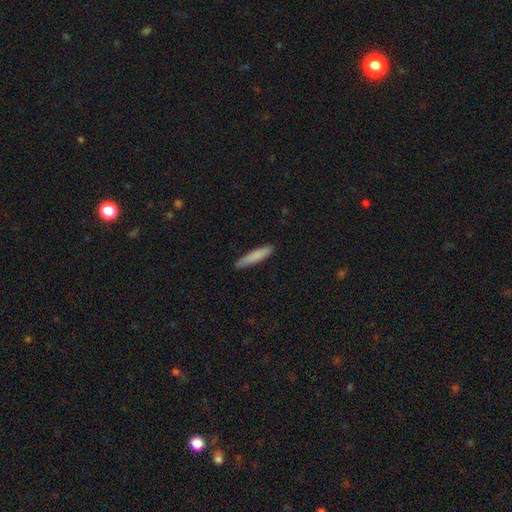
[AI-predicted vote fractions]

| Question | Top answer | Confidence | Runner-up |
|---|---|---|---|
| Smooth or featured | smooth | 81% | featured or disk (13%) |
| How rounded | cigar-shaped | 89% | in between (10%) |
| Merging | none | 84% | minor disturbance (12%) |